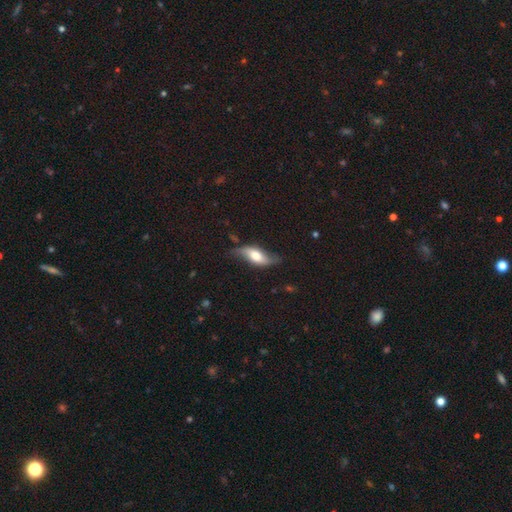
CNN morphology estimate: Smooth or featured? Predicted: featured or disk (p=0.61). Edge-on disk? Predicted: no (p=0.74). Merging? Predicted: none (p=0.63).